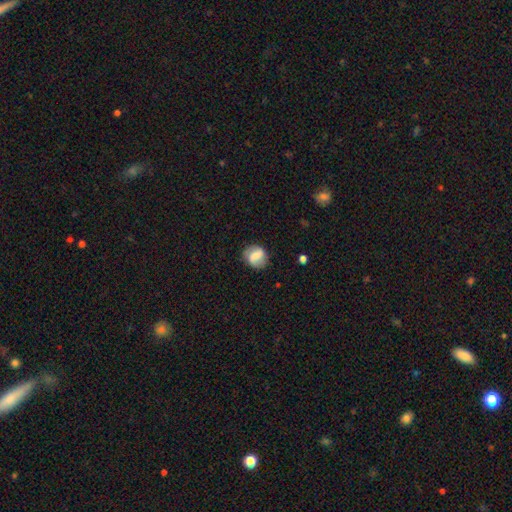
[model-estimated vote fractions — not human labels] Smooth or featured? smooth (47%)
Merging? none (77%)